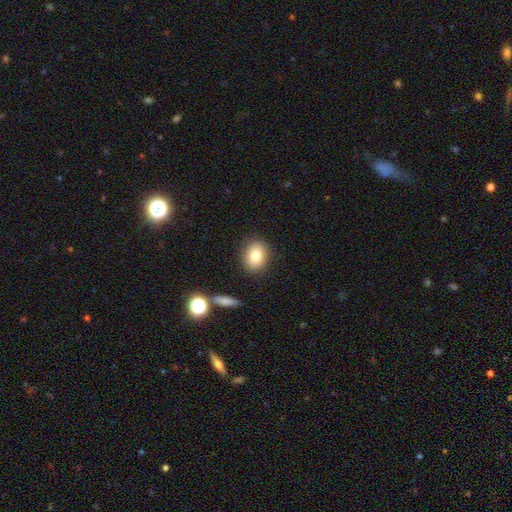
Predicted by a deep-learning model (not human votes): Smooth or featured: smooth — 81% (featured or disk — 10%)
How rounded: in between — 64% (round — 34%)
Merging: none — 87% (minor disturbance — 9%)